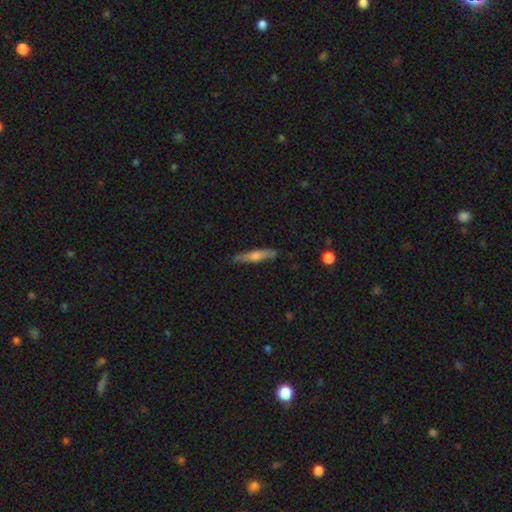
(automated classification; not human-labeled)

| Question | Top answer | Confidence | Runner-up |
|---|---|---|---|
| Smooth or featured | featured or disk | 52% | smooth (41%) |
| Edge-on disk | yes | 92% | no (8%) |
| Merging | none | 85% | minor disturbance (11%) |